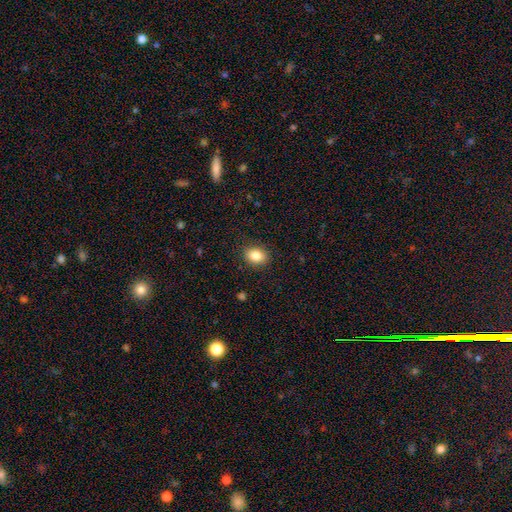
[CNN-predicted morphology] A smooth galaxy with no disk features (84%) that is in between round and cigar-shaped (57%).

Vote fractions:
- Smooth or featured? smooth: 84% / star or artifact: 9% / featured or disk: 6%
- How rounded? in between: 57% / round: 42% / cigar-shaped: 1%
- Merging? none: 87% / minor disturbance: 9% / major disturbance: 3% / merger: 1%